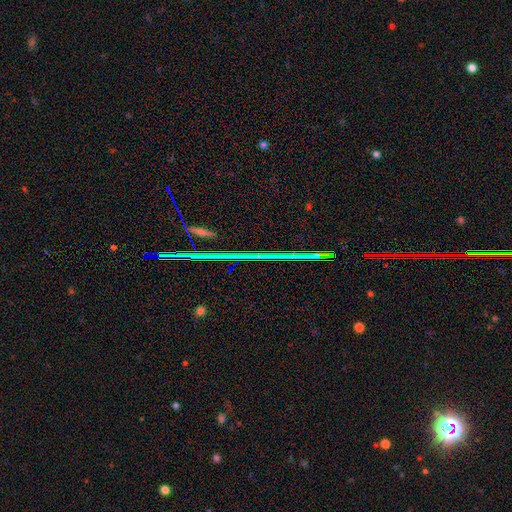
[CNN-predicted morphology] type=star or artifact (82%).